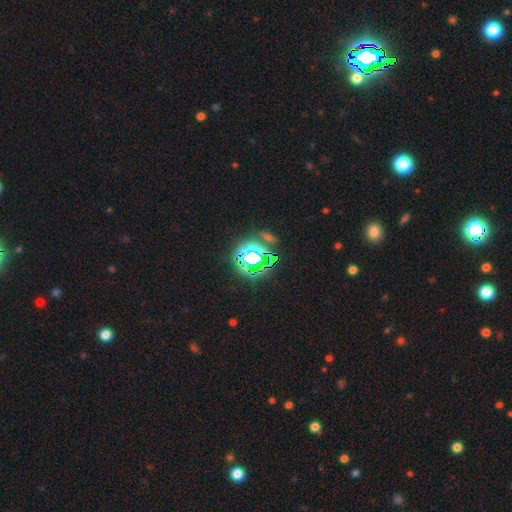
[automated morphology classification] Smooth or featured? Predicted: star or artifact (p=0.80).